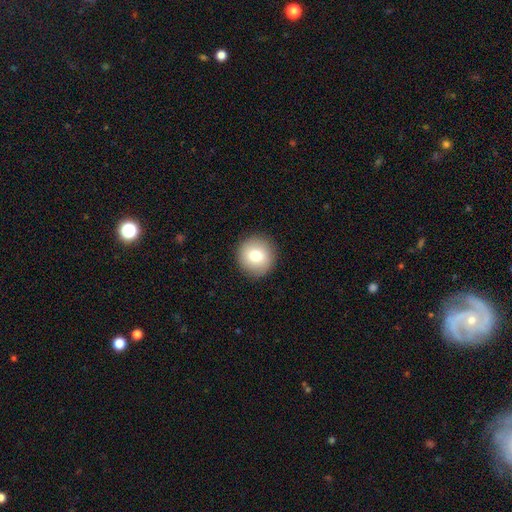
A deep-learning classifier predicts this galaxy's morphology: type=smooth (79%); roundness=round (94%); merging=none (92%).